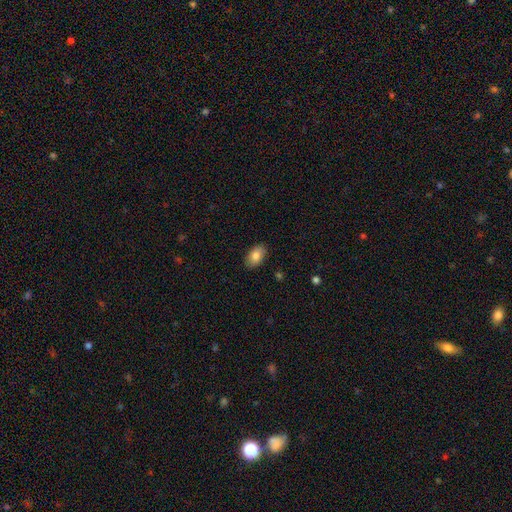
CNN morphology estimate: This is clearly a smooth galaxy (83%). How rounded: clearly in between (92%). Merging: clearly none (88%).